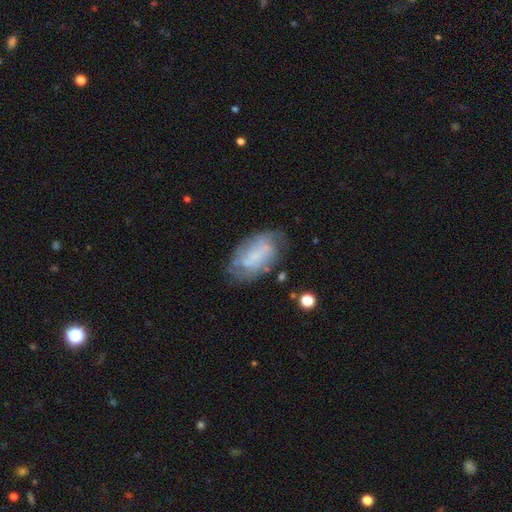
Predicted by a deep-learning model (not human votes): The model was most divided on "smooth or featured": featured or disk: 54%, smooth: 37%, star or artifact: 9%. More confident: edge-on disk — no (95%); spiral arms — yes (67%); merging — none (61%); bulge size — none (58%); bar — no (56%).